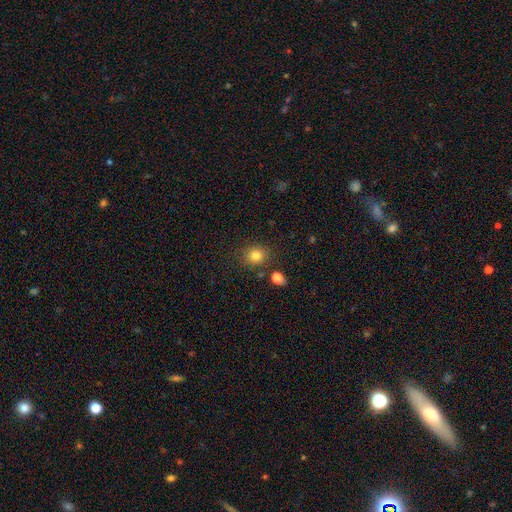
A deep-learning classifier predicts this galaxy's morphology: smooth-or-featured: smooth: 82% | star or artifact: 12% | featured or disk: 7%
  how-rounded: round: 77% | in between: 22% | cigar-shaped: 1%
  merging: none: 82% | minor disturbance: 10% | merger: 5% | major disturbance: 3%